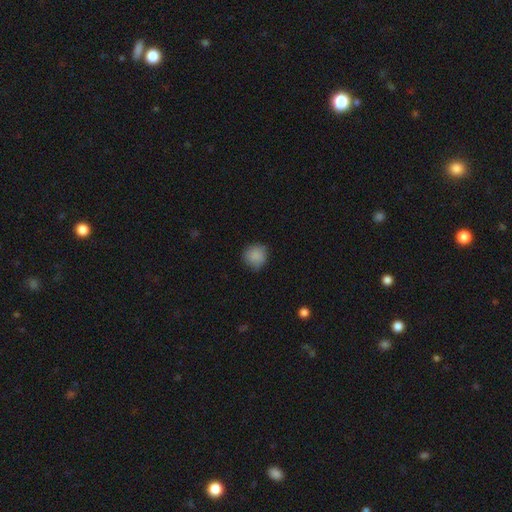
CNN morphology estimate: Smooth or featured: smooth — 87% (star or artifact — 8%)
How rounded: round — 90% (in between — 9%)
Merging: none — 80% (minor disturbance — 16%)